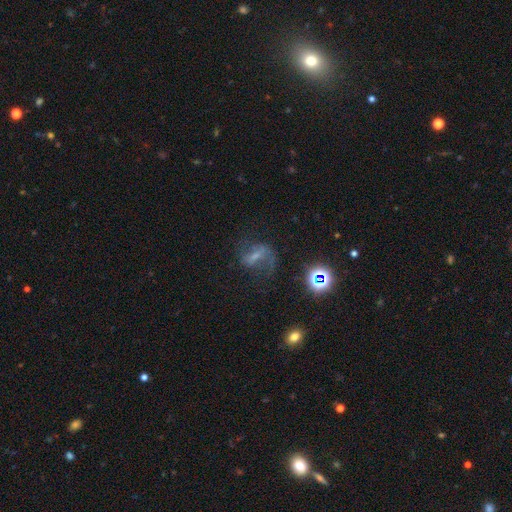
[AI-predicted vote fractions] smooth_or_featured: featured or disk (p=0.58) [alt: smooth p=0.21]
disk_edge_on: no (p=0.94) [alt: yes p=0.06]
bar: strong (p=0.40) [alt: weak p=0.38]
has_spiral_arms: yes (p=0.77) [alt: no p=0.23]
bulge_size: small (p=0.50) [alt: moderate p=0.27]
merging: none (p=0.50) [alt: major disturbance p=0.27]